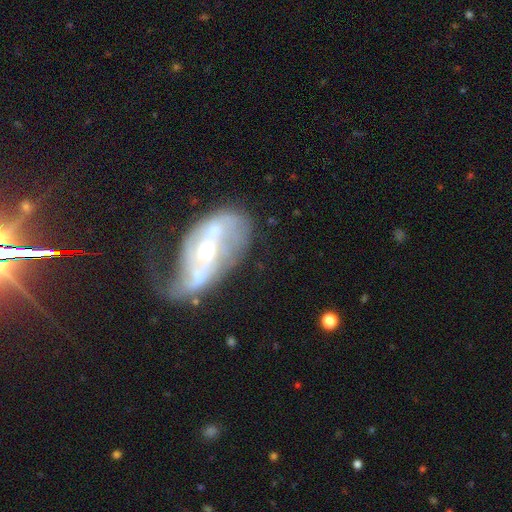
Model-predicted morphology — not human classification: smooth_or_featured: featured or disk (p=0.78) [alt: star or artifact p=0.12]
disk_edge_on: no (p=0.93) [alt: yes p=0.07]
bar: no (p=0.37) [alt: weak p=0.33]
has_spiral_arms: yes (p=0.82) [alt: no p=0.18]
spiral_winding: loose (p=0.39) [alt: medium p=0.37]
spiral_arm_count: 2 (p=0.71) [alt: can't tell p=0.14]
bulge_size: moderate (p=0.53) [alt: small p=0.41]
merging: none (p=0.47) [alt: major disturbance p=0.21]